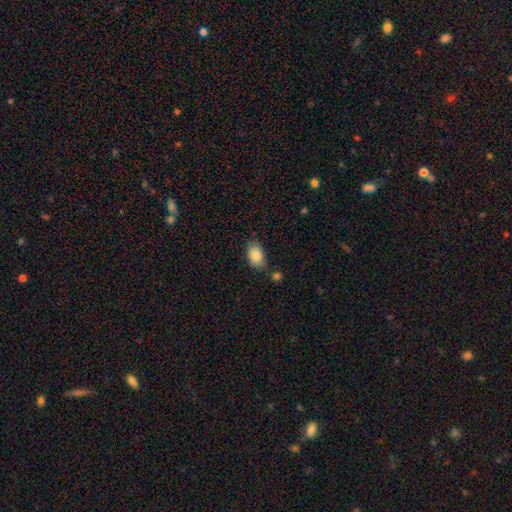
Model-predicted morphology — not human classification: This is clearly a smooth galaxy (87%). How rounded: clearly in between (86%). Merging: likely none (73%).